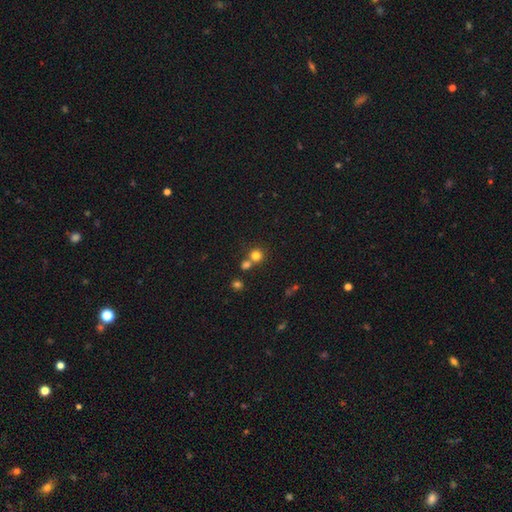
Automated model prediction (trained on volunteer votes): Q: Smooth or featured?
A: smooth (77%); runner-up: star or artifact (15%)
Q: How rounded?
A: round (90%); runner-up: in between (9%)
Q: Merging?
A: none (60%); runner-up: merger (31%)